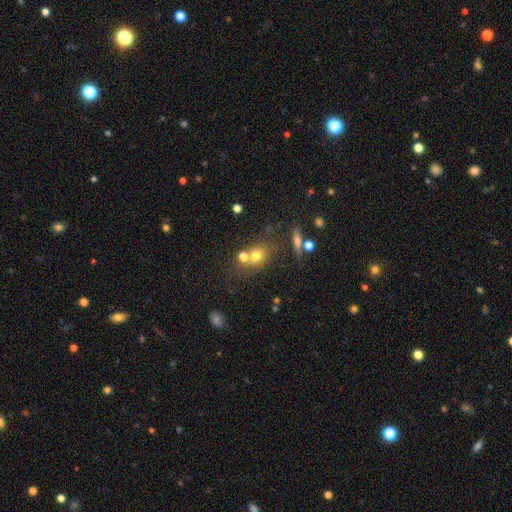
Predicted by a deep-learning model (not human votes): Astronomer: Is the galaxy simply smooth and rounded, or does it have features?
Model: smooth — 68%.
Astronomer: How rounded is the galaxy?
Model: round — 56% (runner-up: in between, 41%).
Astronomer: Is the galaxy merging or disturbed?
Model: none — 54%.